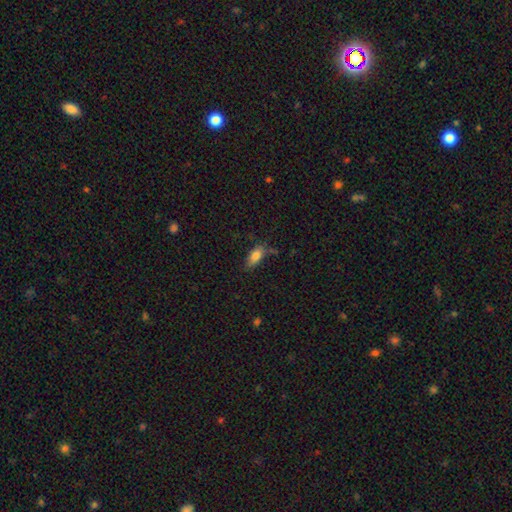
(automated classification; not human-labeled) Smooth or featured? Predicted: smooth (p=0.81). How rounded? Predicted: in between (p=0.85). Merging? Predicted: none (p=0.66).